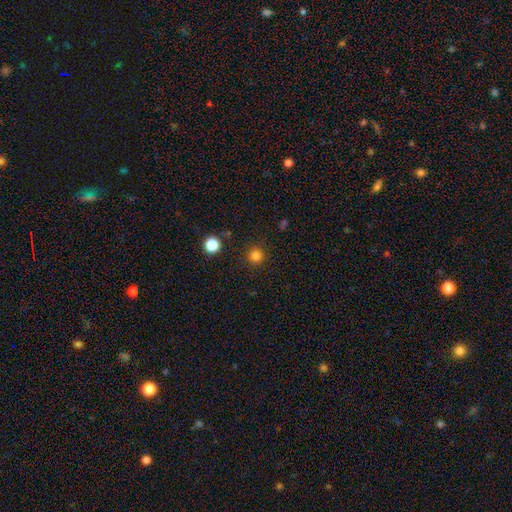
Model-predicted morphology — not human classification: Smooth or featured: smooth — 81% (star or artifact — 15%)
How rounded: round — 95% (in between — 4%)
Merging: none — 90% (minor disturbance — 6%)